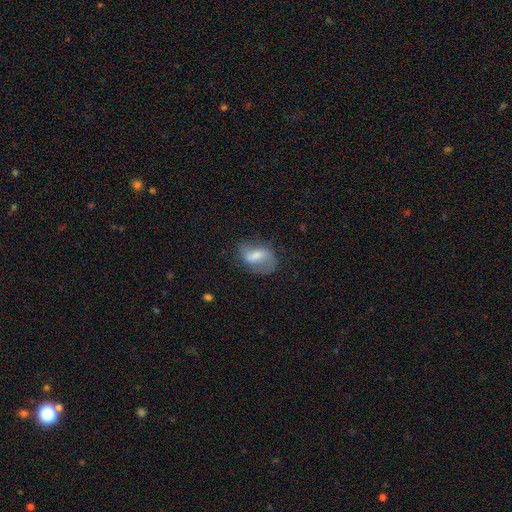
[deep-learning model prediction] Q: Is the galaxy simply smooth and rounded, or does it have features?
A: featured or disk — 59%.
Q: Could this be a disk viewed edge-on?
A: no — 96%.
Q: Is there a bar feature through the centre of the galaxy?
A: weak — 47%.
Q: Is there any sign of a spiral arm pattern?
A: yes — 80%.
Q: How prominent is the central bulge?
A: moderate — 40%.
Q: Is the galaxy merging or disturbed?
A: none — 58%.